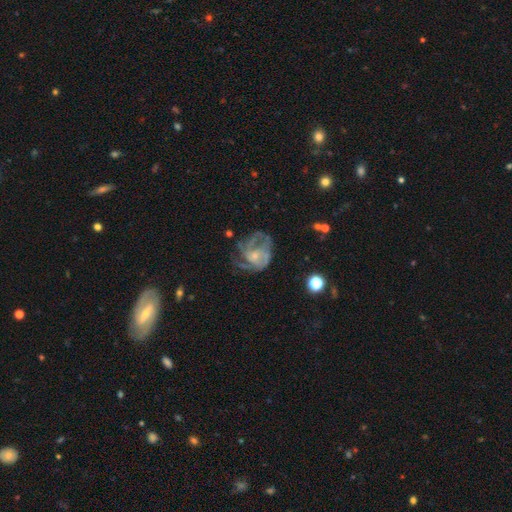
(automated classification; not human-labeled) A featured or disk galaxy (74%) with no bar (75%), medium (43%) spiral arms (76%) and a small central bulge (62%). Merging: none (39%).